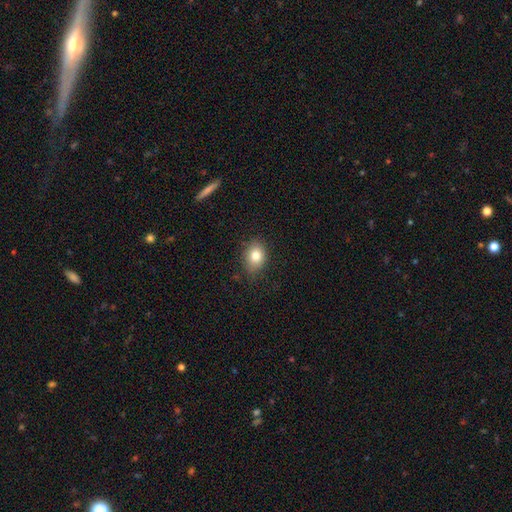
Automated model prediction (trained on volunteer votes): smooth-or-featured: smooth: 81% | star or artifact: 10% | featured or disk: 9%
  how-rounded: in between: 59% | round: 39% | cigar-shaped: 1%
  merging: none: 80% | minor disturbance: 16% | major disturbance: 3% | merger: 1%